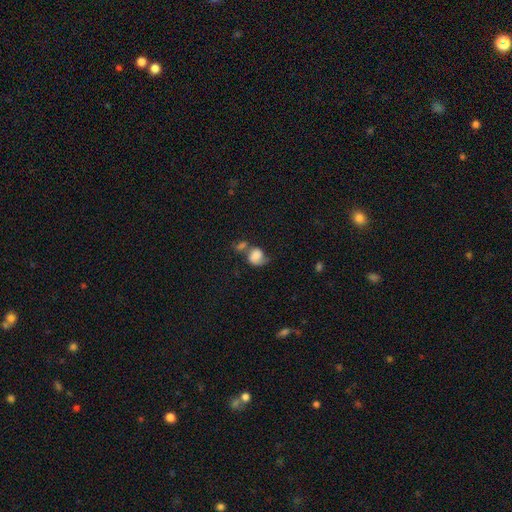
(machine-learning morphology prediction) Overall: smooth (71%). How rounded: round (57%; in between 42%). Merging: merger (34%; none 26%).